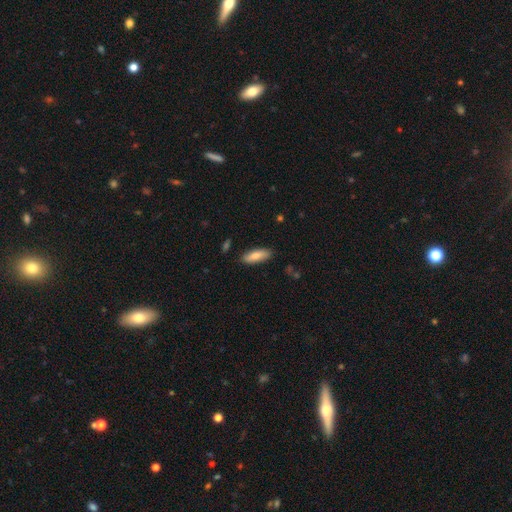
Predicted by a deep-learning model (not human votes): This appears to be a smooth galaxy with no disk features (78%) that is in between round and cigar-shaped (59%). Merging: none (87%).